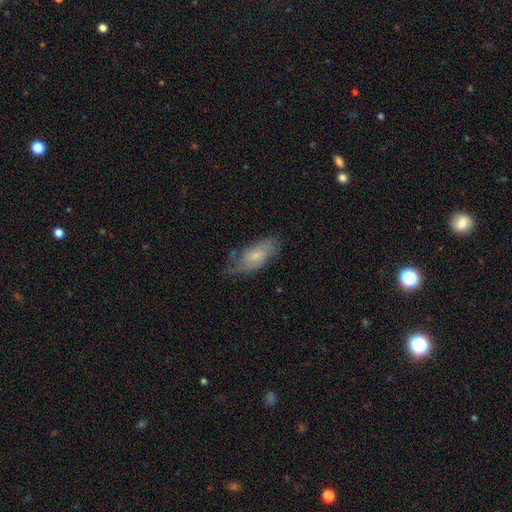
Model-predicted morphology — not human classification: Overall: featured or disk (52%; smooth 41%). Edge-on disk: no (89%). Merging: none (58%; minor disturbance 28%).